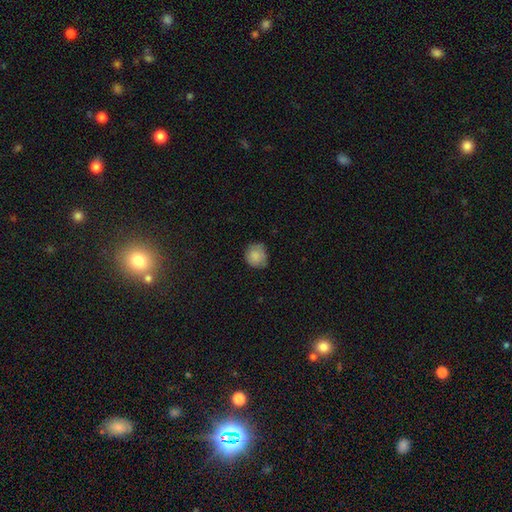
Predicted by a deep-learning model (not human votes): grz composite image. It shows a smooth galaxy with no disk features (83%) that is round (83%). Merging: none (68%).